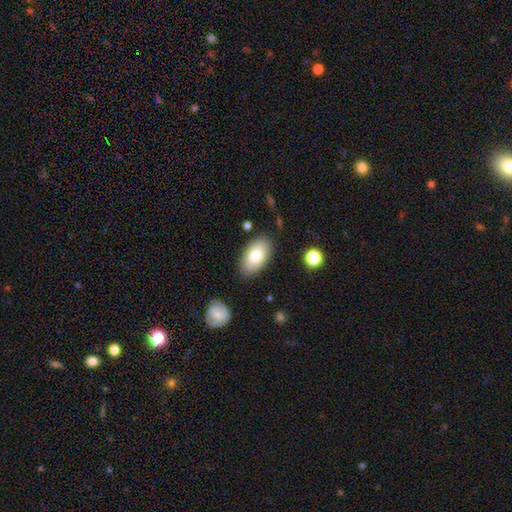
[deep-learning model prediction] Smooth or featured? smooth (79%)
How rounded? in between (94%)
Merging? none (84%)